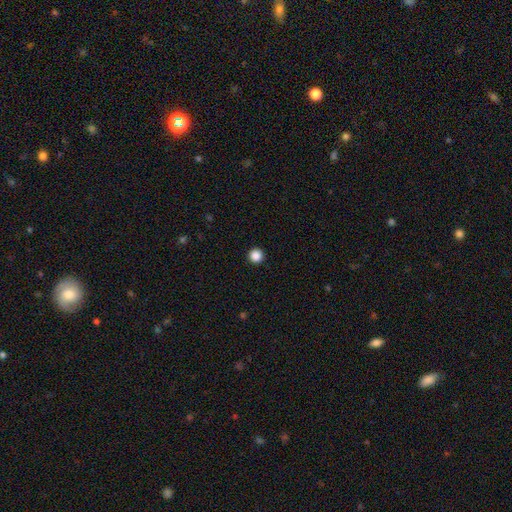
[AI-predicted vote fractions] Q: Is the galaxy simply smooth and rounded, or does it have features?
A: smooth — 87%.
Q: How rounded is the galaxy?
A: round — 97%.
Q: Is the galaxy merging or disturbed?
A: none — 94%.